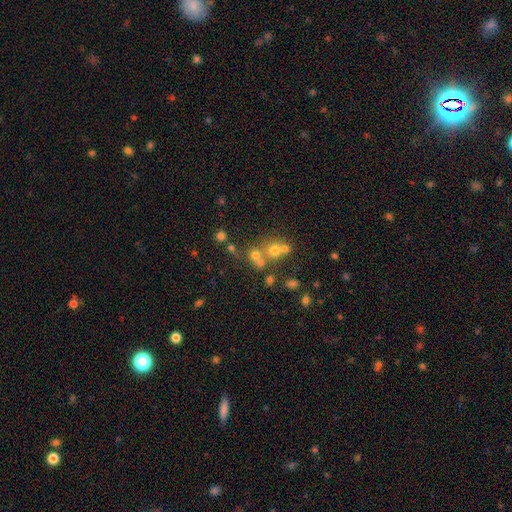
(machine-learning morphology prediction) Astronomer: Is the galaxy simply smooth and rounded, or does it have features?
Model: smooth — 58%.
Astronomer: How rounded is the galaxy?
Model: round — 83%.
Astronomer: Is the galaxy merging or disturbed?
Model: none — 46% (runner-up: merger, 41%).